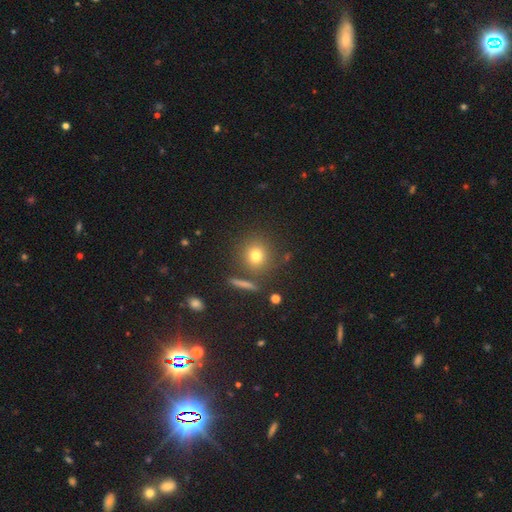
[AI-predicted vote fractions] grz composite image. It shows a smooth galaxy with no disk features (75%) that is round (87%). Merging: none (81%).